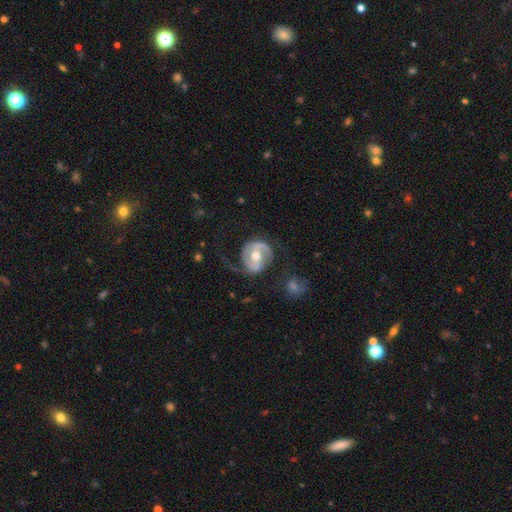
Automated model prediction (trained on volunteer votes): Morphology: type=featured or disk (80%); edge-on=no (97%); bar=strong (36%, tied with weak); spiral arms=yes (86%); winding=medium (43%); arm count=2 (80%); bulge=moderate (73%); merging=none (60%).